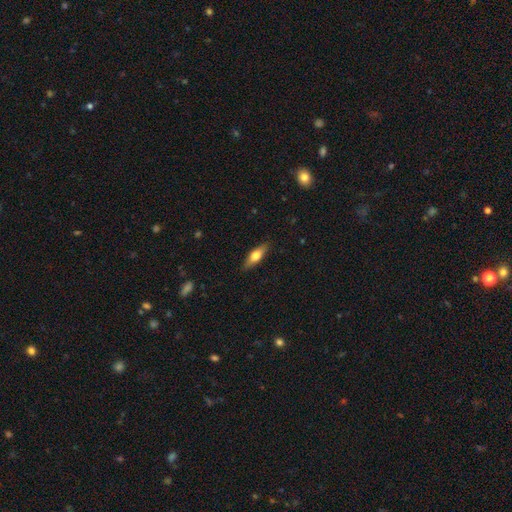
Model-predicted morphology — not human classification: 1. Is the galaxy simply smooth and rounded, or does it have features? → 61% smooth, 33% featured or disk, 6% star or artifact.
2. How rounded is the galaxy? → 55% in between, 42% cigar-shaped, 3% round.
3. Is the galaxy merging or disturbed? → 87% none, 10% minor disturbance, 2% major disturbance, 1% merger.